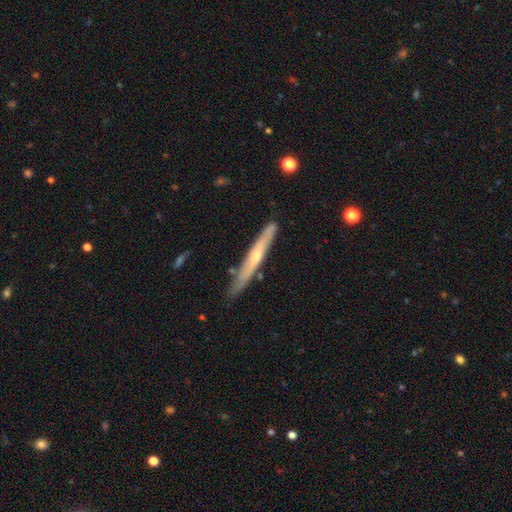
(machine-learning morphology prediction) The model was most divided on "edge-on bulge": rounded: 61%, none: 35%, boxy: 3%. More confident: edge-on disk — yes (93%); merging — none (82%); smooth or featured — featured or disk (61%).